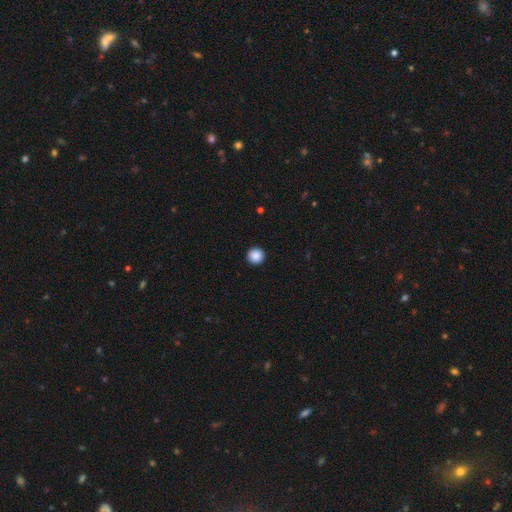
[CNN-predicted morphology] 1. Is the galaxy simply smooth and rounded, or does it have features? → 89% smooth, 9% star or artifact, 2% featured or disk.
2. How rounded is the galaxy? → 96% round, 3% in between, 1% cigar-shaped.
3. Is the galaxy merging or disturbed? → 94% none, 4% minor disturbance, 1% major disturbance, 1% merger.